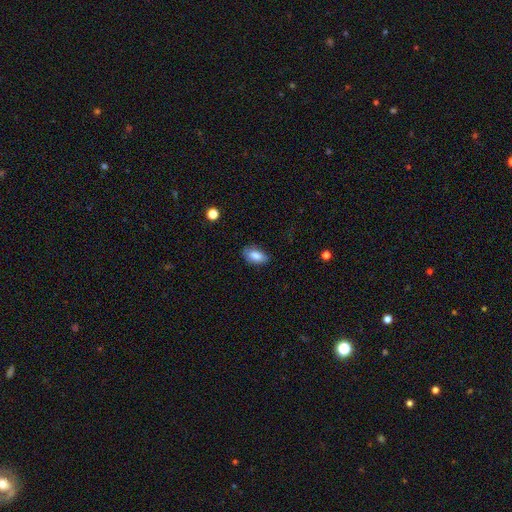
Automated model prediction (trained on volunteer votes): Overall: smooth (84%). How rounded: in between (92%). Merging: none (73%).